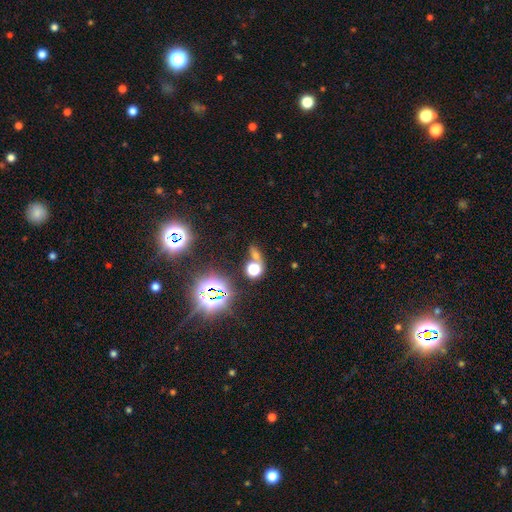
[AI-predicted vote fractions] A smooth galaxy with no disk features (47%). Merging: none (46%).